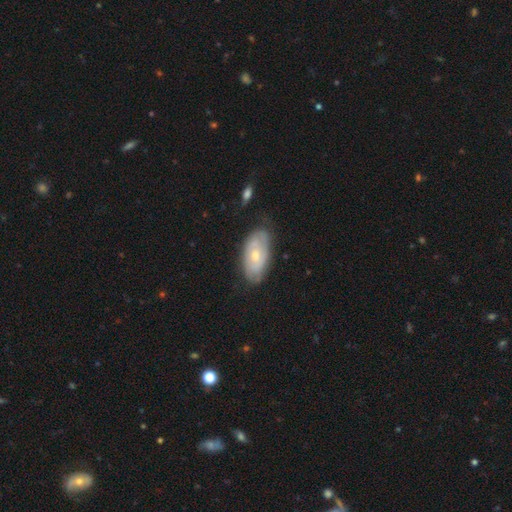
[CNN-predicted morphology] Smooth or featured?
  - featured or disk: 55% *
  - smooth: 38%
  - star or artifact: 6%
Edge-on disk?
  - no: 91% *
  - yes: 9%
Bar?
  - no: 79% *
  - weak: 18%
  - strong: 3%
Spiral arms?
  - yes: 63% *
  - no: 37%
Bulge size?
  - moderate: 50% *
  - small: 46%
  - large: 2%
  - none: 1%
  - dominant: 1%
Merging?
  - none: 71% *
  - minor disturbance: 22%
  - major disturbance: 6%
  - merger: 2%